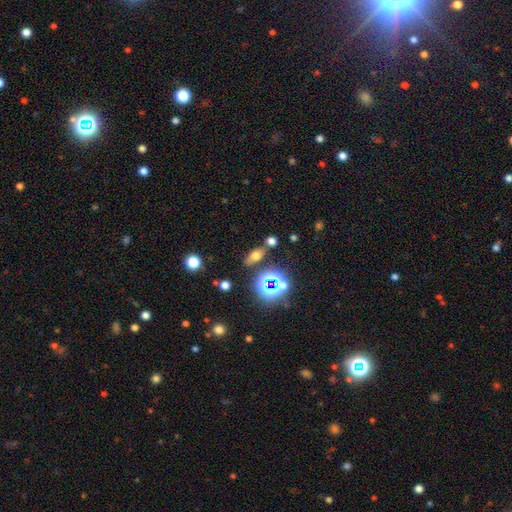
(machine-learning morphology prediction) Overall: smooth (53%; star or artifact 27%). How rounded: in between (67%). Merging: none (75%).